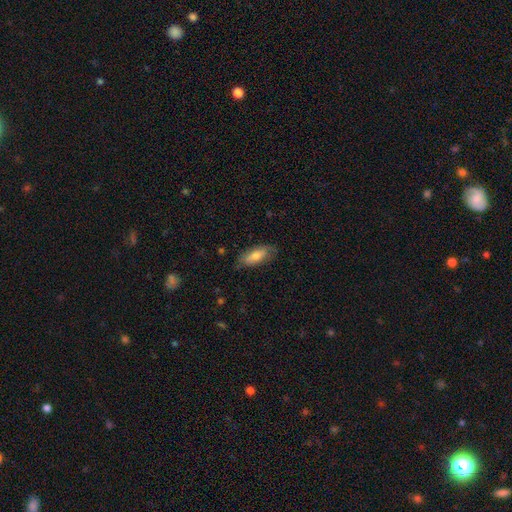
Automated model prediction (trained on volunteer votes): Morphology: type=smooth (69%); roundness=in between (78%); merging=none (75%).